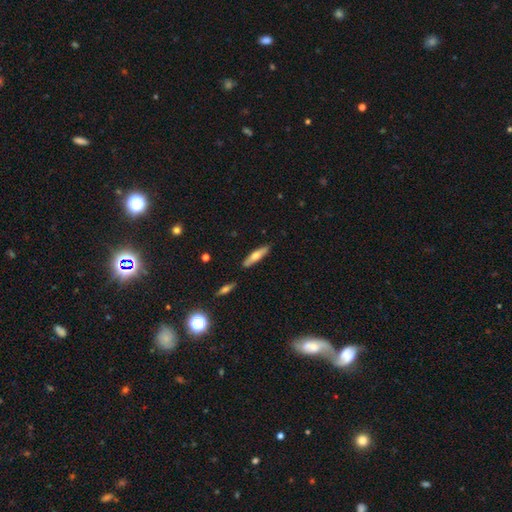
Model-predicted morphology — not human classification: Q: Smooth or featured?
A: smooth (54%); runner-up: featured or disk (39%)
Q: How rounded?
A: cigar-shaped (75%); runner-up: in between (23%)
Q: Merging?
A: none (86%); runner-up: minor disturbance (9%)